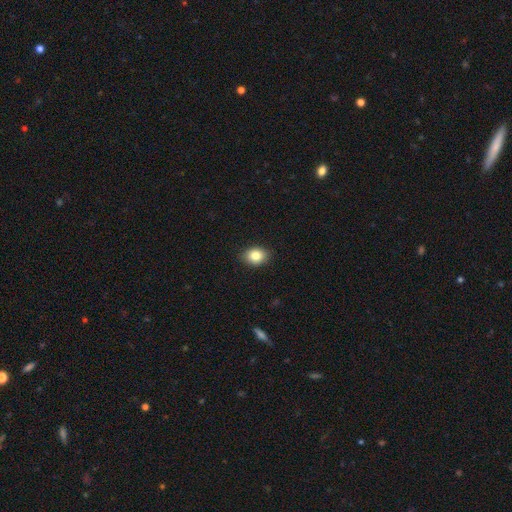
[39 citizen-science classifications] This appears to be a smooth galaxy with no disk features (90%) that is in between round and cigar-shaped (63%). Merging: none (94%).